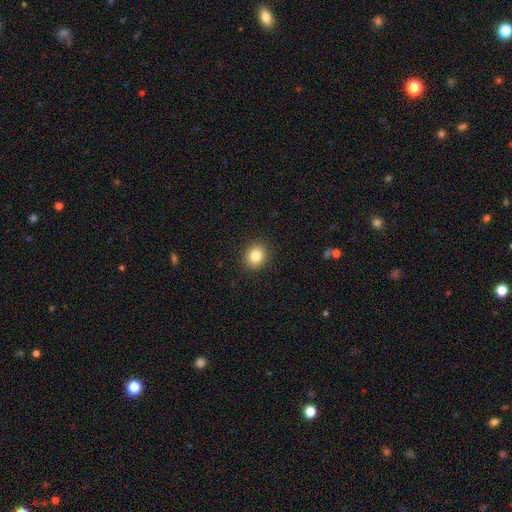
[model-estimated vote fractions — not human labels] A smooth galaxy with no disk features (82%) that is round (73%). Merging: none (90%).